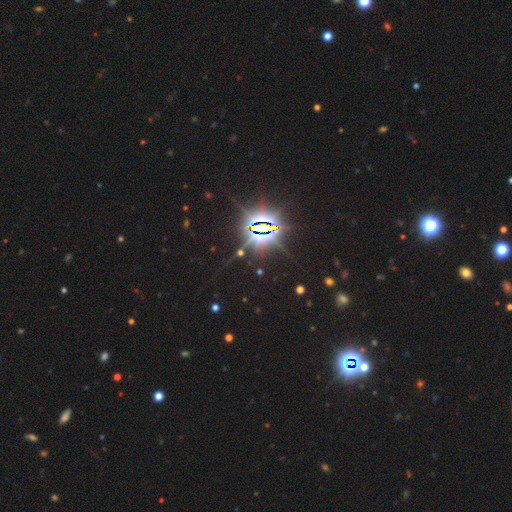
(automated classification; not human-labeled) smooth-or-featured: star or artifact: 87% | smooth: 7% | featured or disk: 6%